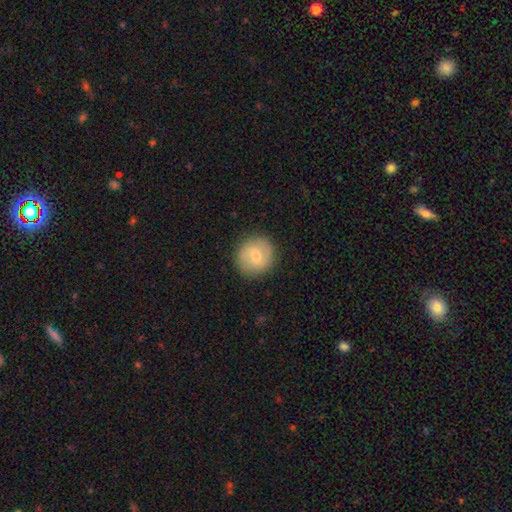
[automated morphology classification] Smooth or featured?
  - smooth: 58% *
  - featured or disk: 35%
  - star or artifact: 7%
How rounded?
  - round: 92% *
  - in between: 7%
  - cigar-shaped: 1%
Merging?
  - none: 90% *
  - minor disturbance: 7%
  - major disturbance: 2%
  - merger: 1%